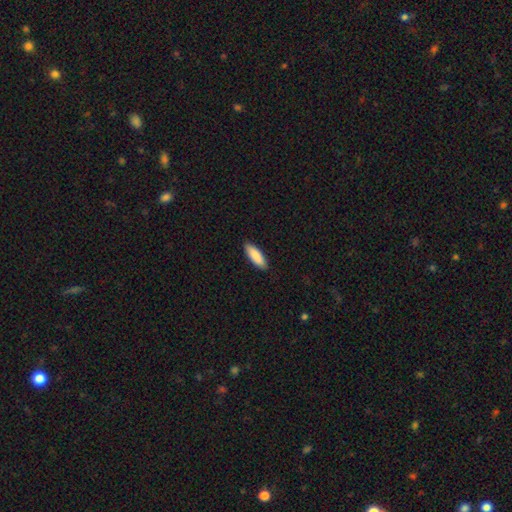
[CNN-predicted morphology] Smooth or featured? smooth (90%)
How rounded? in between (63%)
Merging? none (89%)